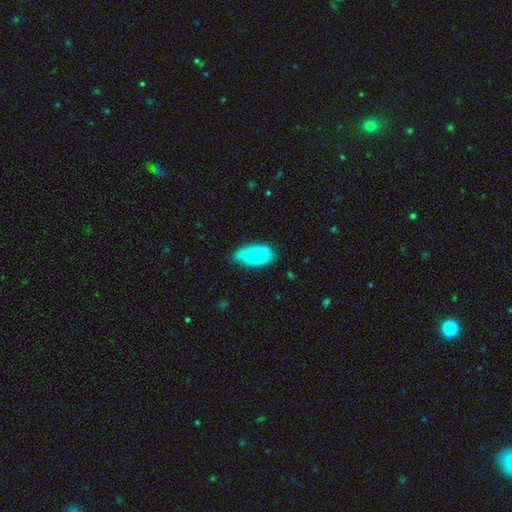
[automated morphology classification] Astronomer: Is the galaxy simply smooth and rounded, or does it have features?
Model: smooth — 70%.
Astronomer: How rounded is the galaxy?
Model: in between — 93%.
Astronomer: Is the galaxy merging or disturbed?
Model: none — 62%.